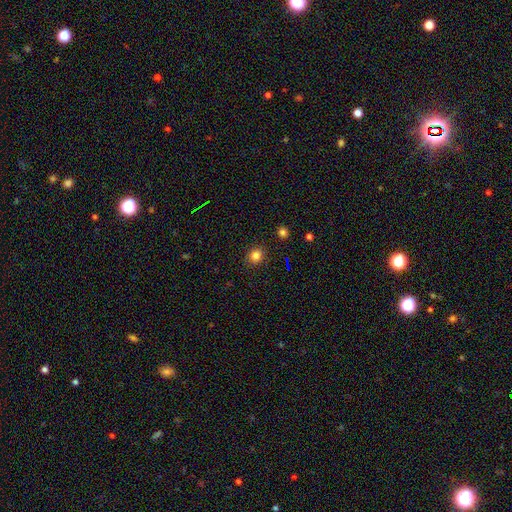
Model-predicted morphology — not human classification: Q: Smooth or featured?
A: smooth (80%); runner-up: star or artifact (14%)
Q: How rounded?
A: round (78%); runner-up: in between (21%)
Q: Merging?
A: none (89%); runner-up: minor disturbance (7%)